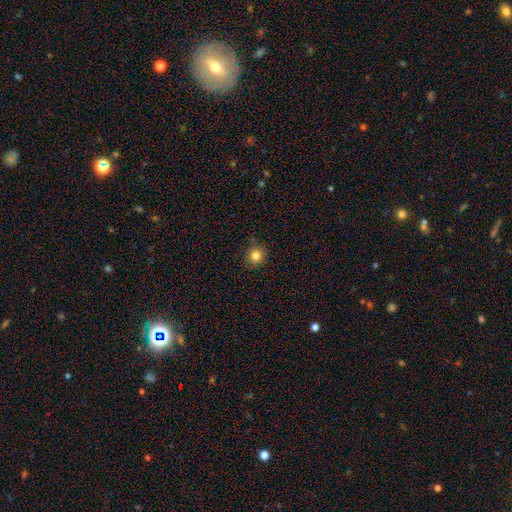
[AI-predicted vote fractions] A smooth galaxy with no disk features (83%) that is round (88%). Merging: none (87%).